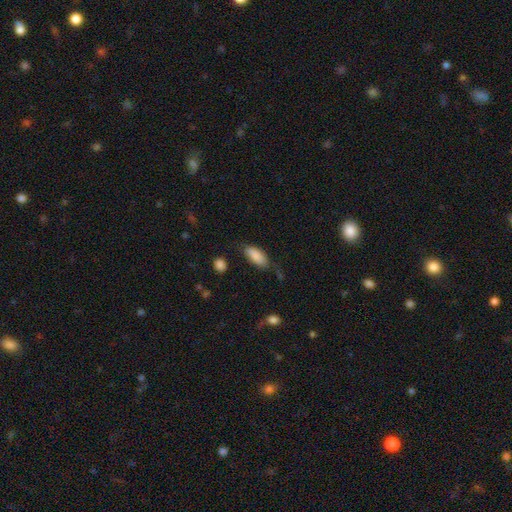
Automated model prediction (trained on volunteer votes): smooth_or_featured: smooth (p=0.87) [alt: featured or disk p=0.07]
how_rounded: in between (p=0.86) [alt: cigar-shaped p=0.12]
merging: none (p=0.62) [alt: minor disturbance p=0.26]